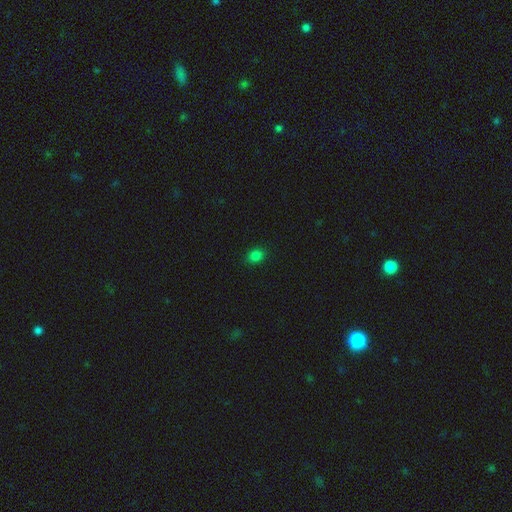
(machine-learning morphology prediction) The model was most divided on "how rounded": in between: 54%, round: 45%, cigar-shaped: 1%. More confident: merging — none (89%); smooth or featured — smooth (81%).